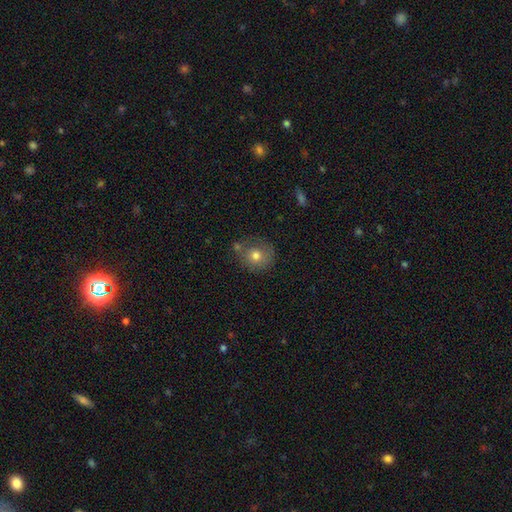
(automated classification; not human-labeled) Smooth or featured? Predicted: smooth (p=0.74). How rounded? Predicted: round (p=0.86). Merging? Predicted: none (p=0.62).